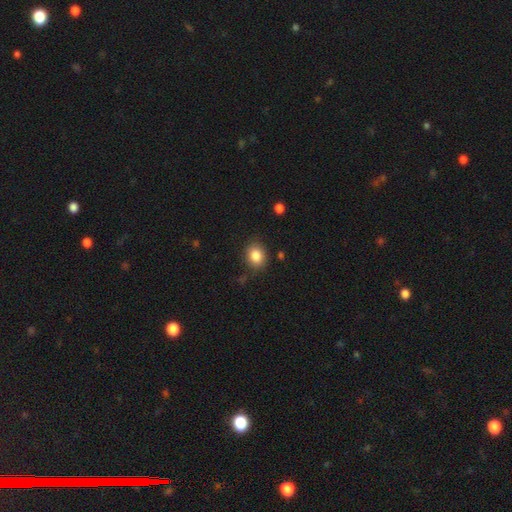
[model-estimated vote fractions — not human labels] Overall: smooth (85%). How rounded: round (54%; in between 45%). Merging: none (81%).